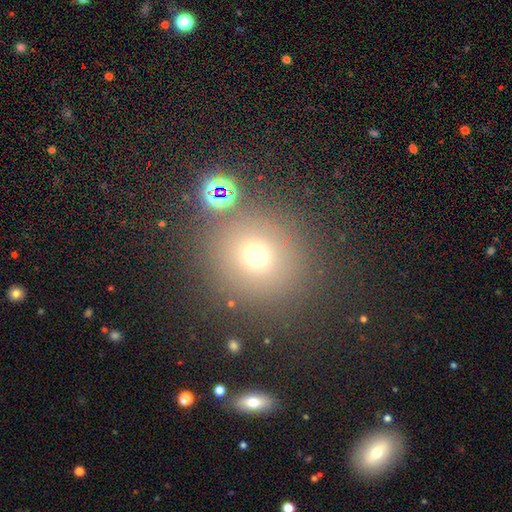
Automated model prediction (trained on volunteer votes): smooth-or-featured: smooth: 65% | star or artifact: 25% | featured or disk: 10%
  how-rounded: round: 92% | in between: 7% | cigar-shaped: 1%
  merging: none: 82% | minor disturbance: 8% | merger: 6% | major disturbance: 4%